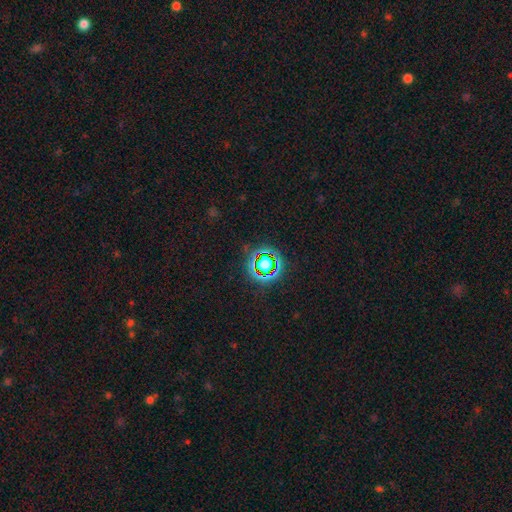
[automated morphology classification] A star or artifact, not a galaxy (78%).